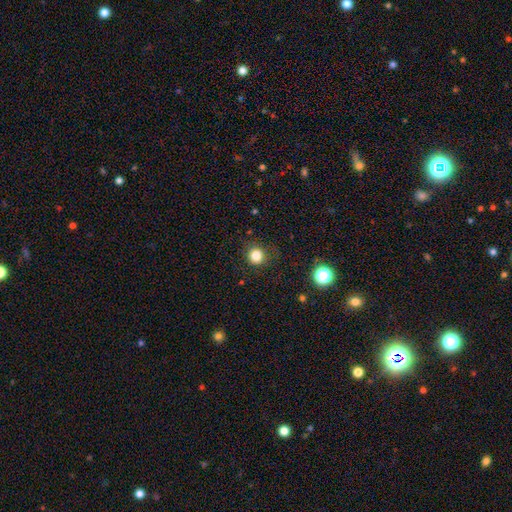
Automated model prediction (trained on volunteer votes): The model was most divided on "smooth or featured": smooth: 82%, star or artifact: 13%, featured or disk: 5%. More confident: how rounded — round (90%); merging — none (86%).